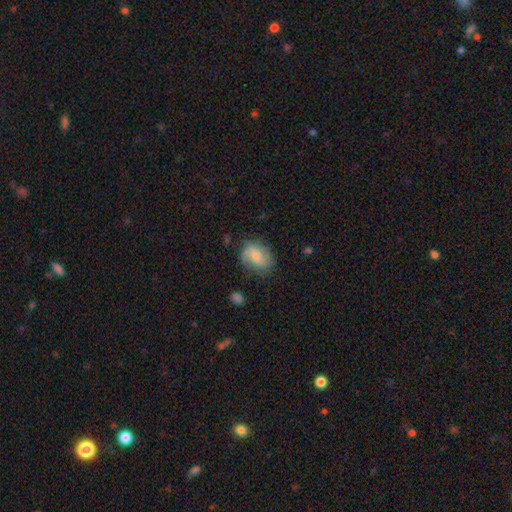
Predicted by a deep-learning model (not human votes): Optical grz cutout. It shows a smooth galaxy with no disk features (53%) that is in between round and cigar-shaped (58%). Merging: none (65%).